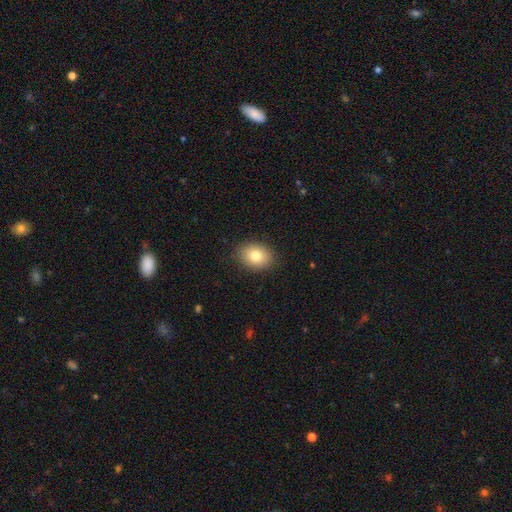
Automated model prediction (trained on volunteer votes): This appears to be a smooth galaxy with no disk features (82%) that is in between round and cigar-shaped (64%). Merging: none (89%).